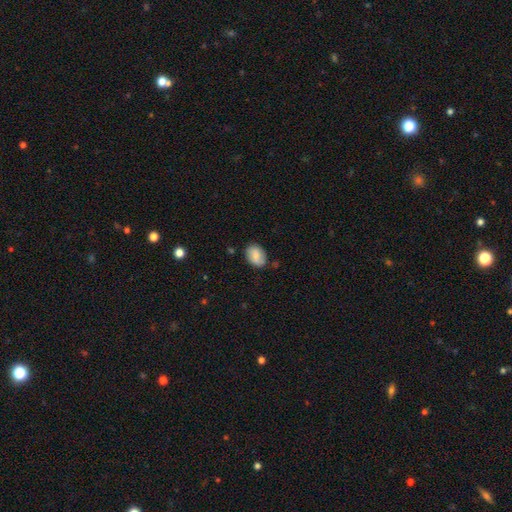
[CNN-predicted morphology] smooth 73%, featured or disk 19%, star or artifact 8%. Down the decision tree: how rounded — in between (80%); merging — none (74%).